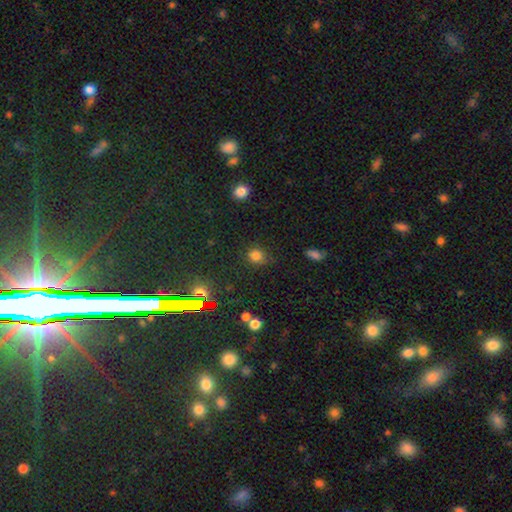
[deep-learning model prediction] Smooth or featured: smooth — 75% (star or artifact — 20%)
How rounded: round — 82% (in between — 17%)
Merging: none — 75% (minor disturbance — 16%)